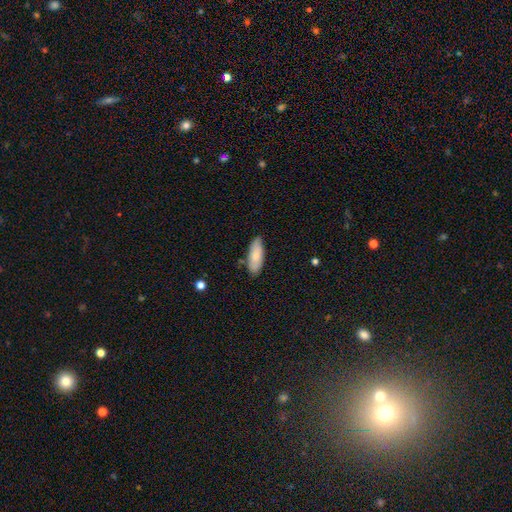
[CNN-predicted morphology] smooth-or-featured: smooth: 80% | featured or disk: 14% | star or artifact: 6%
  how-rounded: in between: 72% | cigar-shaped: 26% | round: 2%
  merging: none: 81% | minor disturbance: 14% | merger: 3% | major disturbance: 2%